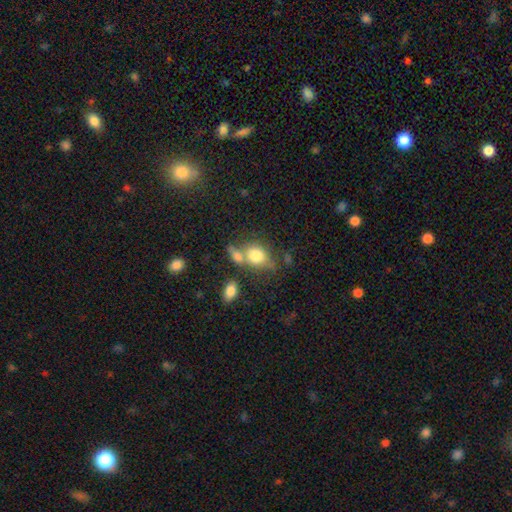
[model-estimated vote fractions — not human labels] The model was most divided on "merging" (2-way tie): merger: 37%, none: 37%, minor disturbance: 17%, major disturbance: 9%. More confident: smooth or featured — smooth (76%); how rounded — in between (56%).